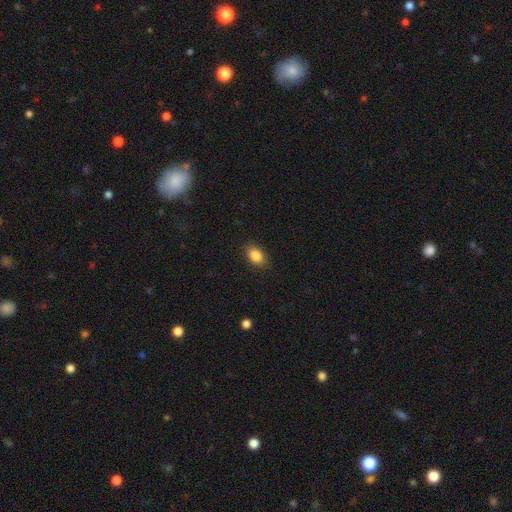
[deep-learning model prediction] Smooth or featured? Predicted: smooth (p=0.87). How rounded? Predicted: in between (p=0.82). Merging? Predicted: none (p=0.87).